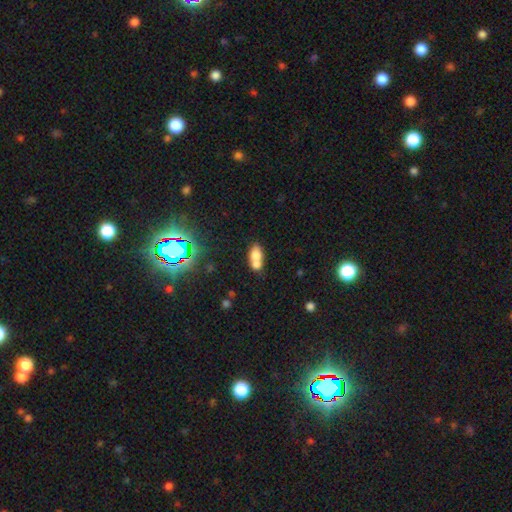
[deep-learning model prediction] smooth-or-featured: smooth: 68% | featured or disk: 18% | star or artifact: 13%
  how-rounded: in between: 78% | round: 16% | cigar-shaped: 5%
  merging: merger: 61% | none: 27% | minor disturbance: 9% | major disturbance: 4%